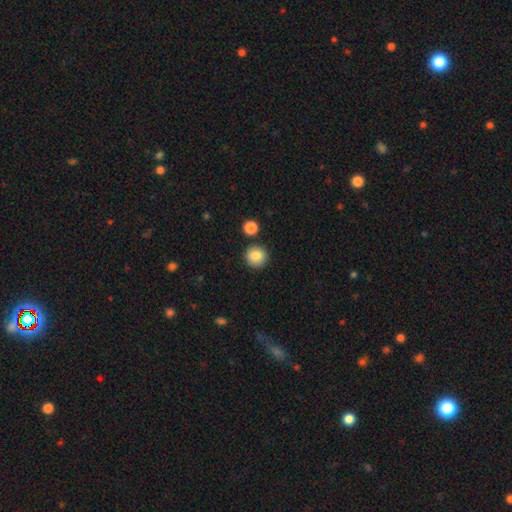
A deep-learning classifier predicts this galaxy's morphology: This appears to be a smooth galaxy with no disk features (87%) that is round (92%). Merging: none (87%).